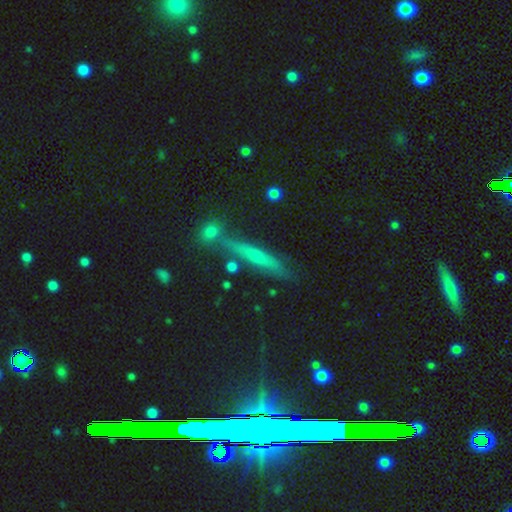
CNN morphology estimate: A featured or disk galaxy (44%).

Vote fractions:
- Smooth or featured? featured or disk: 44% / smooth: 43% / star or artifact: 13%
- Merging? none: 79% / minor disturbance: 12% / merger: 6% / major disturbance: 3%